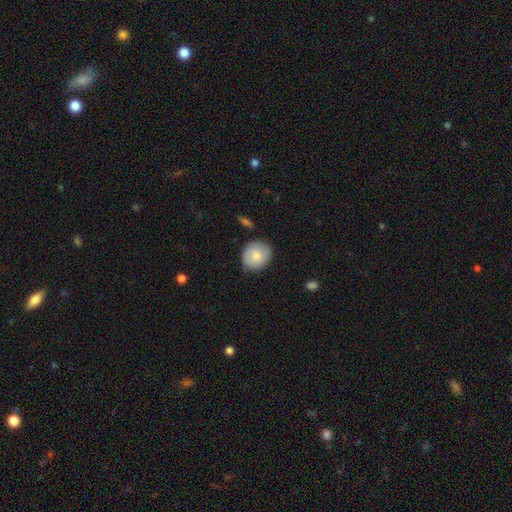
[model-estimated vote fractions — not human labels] Q: Smooth or featured?
A: smooth (75%); runner-up: featured or disk (19%)
Q: How rounded?
A: round (75%); runner-up: in between (24%)
Q: Merging?
A: none (81%); runner-up: minor disturbance (15%)